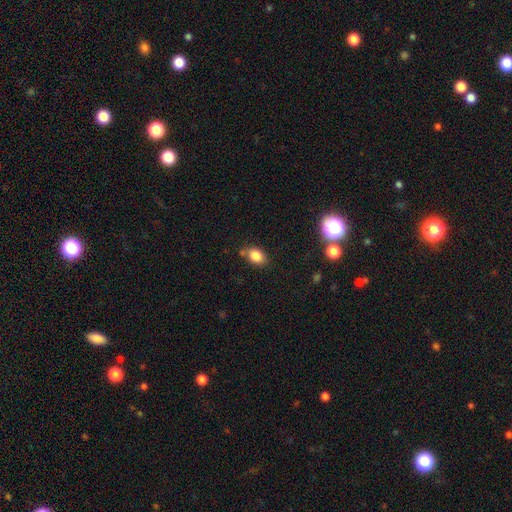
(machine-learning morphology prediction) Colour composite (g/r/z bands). It shows a smooth galaxy with no disk features (83%) that is in between round and cigar-shaped (79%). Merging: none (73%).